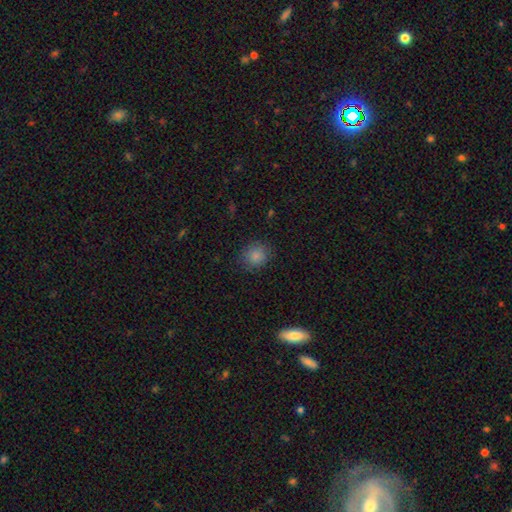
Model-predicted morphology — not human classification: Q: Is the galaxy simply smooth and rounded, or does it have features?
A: smooth — 85%.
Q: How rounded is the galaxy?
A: round — 78%.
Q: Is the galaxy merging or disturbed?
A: none — 85%.